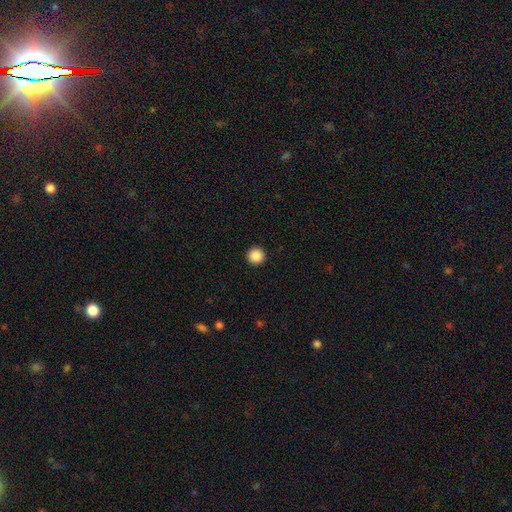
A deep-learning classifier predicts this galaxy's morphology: smooth-or-featured: smooth: 88% | star or artifact: 9% | featured or disk: 3%
  how-rounded: round: 96% | in between: 3% | cigar-shaped: 1%
  merging: none: 94% | minor disturbance: 4% | major disturbance: 1% | merger: 1%